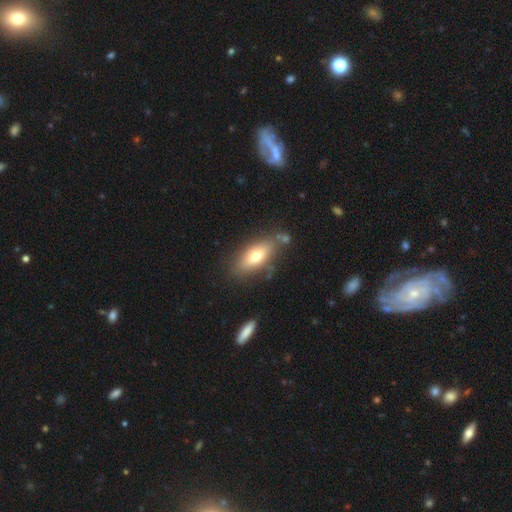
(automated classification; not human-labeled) This appears to be a smooth galaxy with no disk features (69%) that is in between round and cigar-shaped (83%). Merging: none (71%).